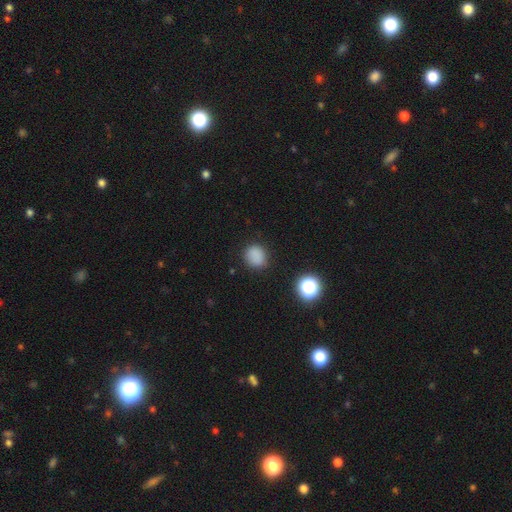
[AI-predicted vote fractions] smooth_or_featured: smooth (p=0.82) [alt: star or artifact p=0.14]
how_rounded: round (p=0.76) [alt: in between p=0.23]
merging: none (p=0.84) [alt: minor disturbance p=0.11]